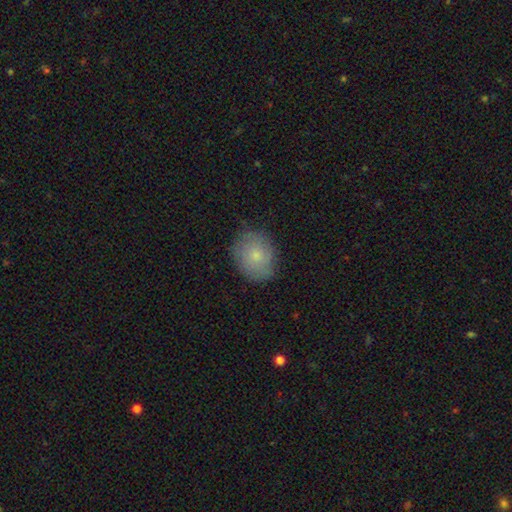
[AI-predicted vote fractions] A smooth galaxy with no disk features (73%) that is round (55%).

Vote fractions:
- Smooth or featured? smooth: 73% / featured or disk: 19% / star or artifact: 8%
- How rounded? round: 55% / in between: 44% / cigar-shaped: 1%
- Merging? none: 79% / minor disturbance: 16% / major disturbance: 4% / merger: 1%